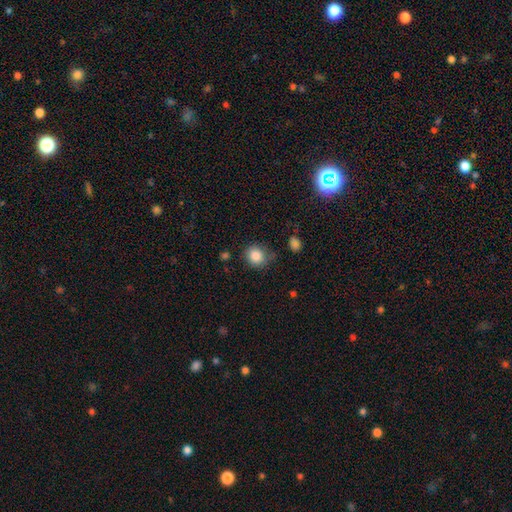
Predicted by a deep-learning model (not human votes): Smooth or featured? Predicted: smooth (p=0.85). How rounded? Predicted: round (p=0.82). Merging? Predicted: none (p=0.74).